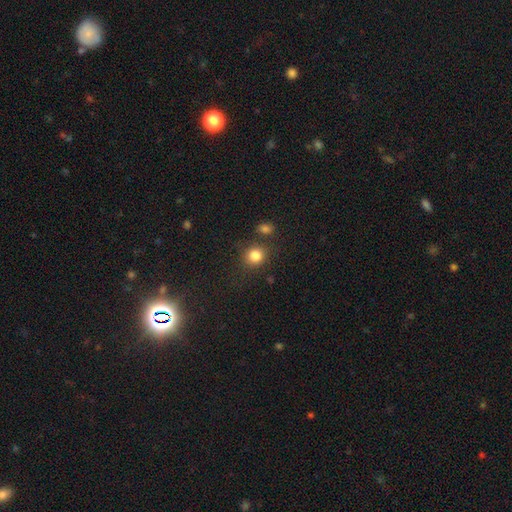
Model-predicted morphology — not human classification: Smooth or featured: smooth — 84% (star or artifact — 11%)
How rounded: round — 81% (in between — 18%)
Merging: none — 75% (minor disturbance — 11%)